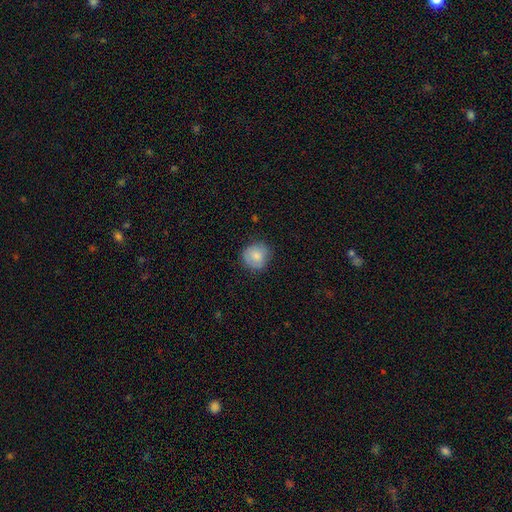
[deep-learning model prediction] smooth_or_featured: smooth (p=0.81) [alt: featured or disk p=0.12]
how_rounded: round (p=0.88) [alt: in between p=0.11]
merging: none (p=0.80) [alt: minor disturbance p=0.16]